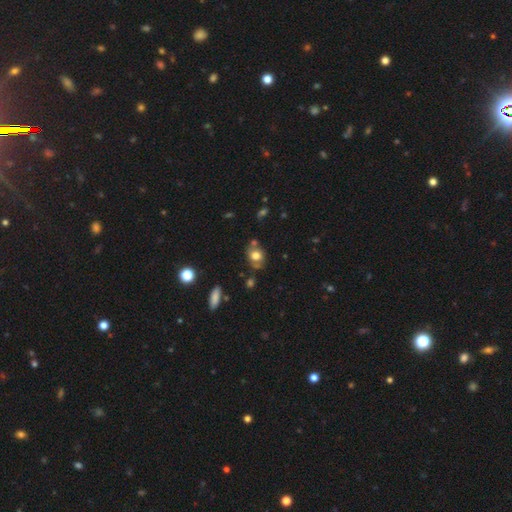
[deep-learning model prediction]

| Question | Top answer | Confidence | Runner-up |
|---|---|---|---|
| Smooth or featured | smooth | 70% | featured or disk (19%) |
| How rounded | round | 51% | in between (48%) |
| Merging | none | 58% | minor disturbance (20%) |